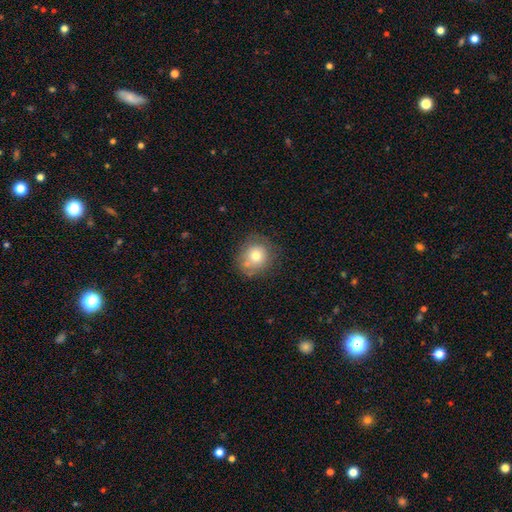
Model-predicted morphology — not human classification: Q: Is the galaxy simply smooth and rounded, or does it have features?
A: smooth — 71%.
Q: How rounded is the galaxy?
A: round — 83%.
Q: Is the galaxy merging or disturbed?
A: none — 70%.